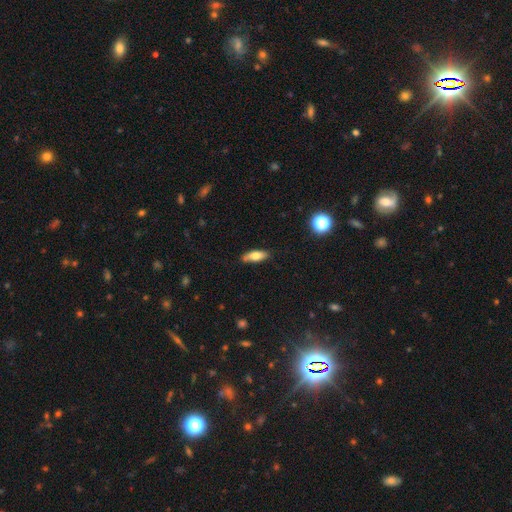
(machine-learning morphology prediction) Overall: smooth (71%). How rounded: in between (67%; cigar-shaped 31%). Merging: none (80%).